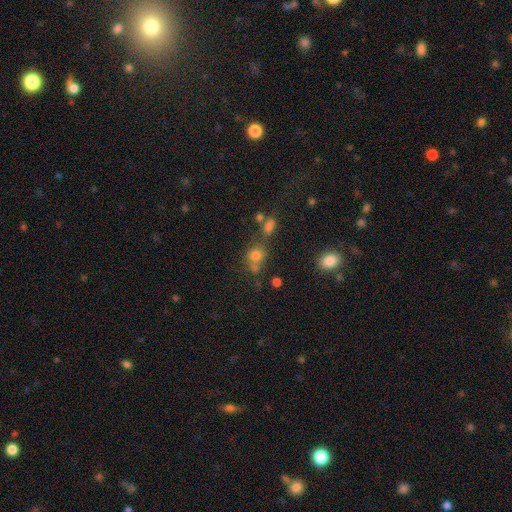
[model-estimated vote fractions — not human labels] Q: Smooth or featured?
A: smooth (50%); runner-up: star or artifact (37%)
Q: How rounded?
A: round (76%); runner-up: in between (22%)
Q: Merging?
A: none (51%); runner-up: merger (31%)